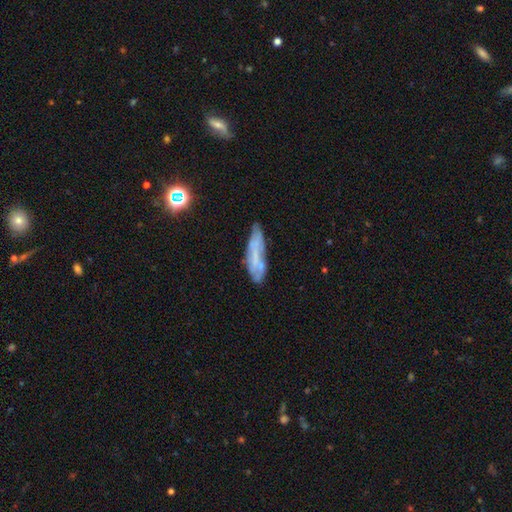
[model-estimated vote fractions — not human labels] Q: Smooth or featured?
A: featured or disk (47%); runner-up: smooth (41%)
Q: Merging?
A: none (60%); runner-up: minor disturbance (26%)